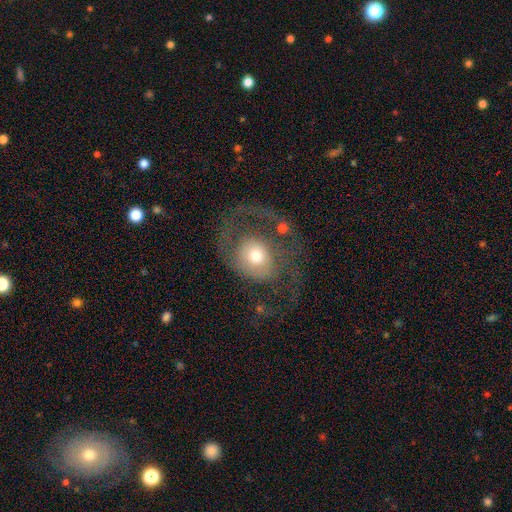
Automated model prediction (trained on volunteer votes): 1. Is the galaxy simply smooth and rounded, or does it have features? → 54% featured or disk, 38% smooth, 8% star or artifact.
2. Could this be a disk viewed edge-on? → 96% no, 4% yes.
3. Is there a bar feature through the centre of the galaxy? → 83% no, 14% weak, 3% strong.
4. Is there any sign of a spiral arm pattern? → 60% yes, 40% no.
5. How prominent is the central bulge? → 61% moderate, 24% small, 11% large, 2% dominant, 1% none.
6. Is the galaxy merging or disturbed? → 50% major disturbance, 31% none, 15% minor disturbance, 4% merger.